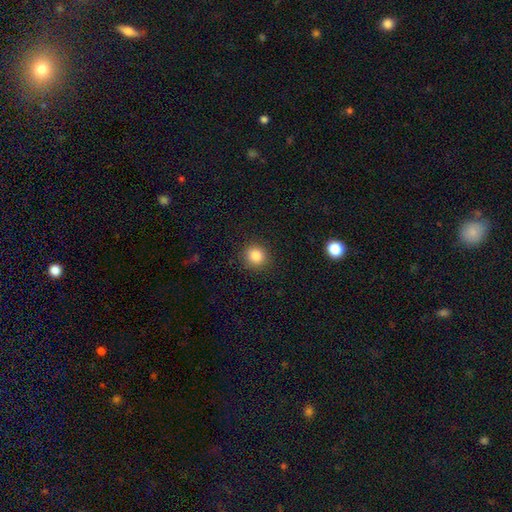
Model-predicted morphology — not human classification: smooth-or-featured: smooth: 85% | star or artifact: 11% | featured or disk: 4%
  how-rounded: round: 89% | in between: 10% | cigar-shaped: 1%
  merging: none: 90% | minor disturbance: 7% | major disturbance: 2% | merger: 1%